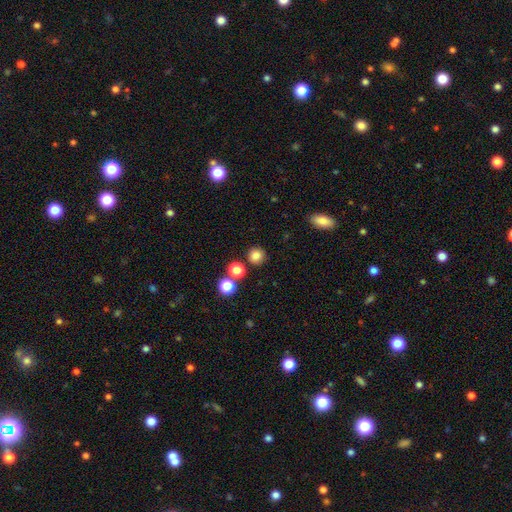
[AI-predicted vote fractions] Smooth or featured: smooth — 82% (star or artifact — 13%)
How rounded: round — 93% (in between — 6%)
Merging: none — 86% (minor disturbance — 7%)